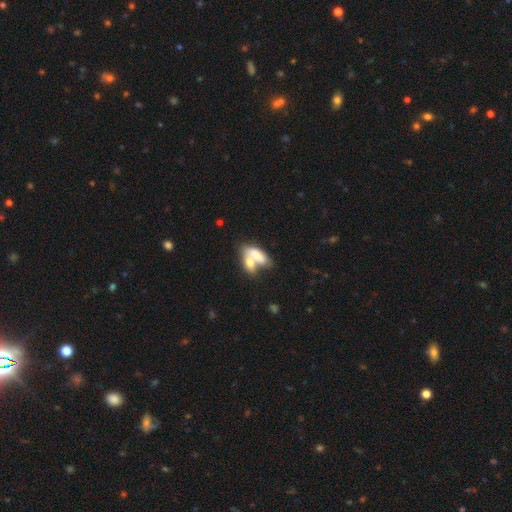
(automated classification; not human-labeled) The model was most divided on "merging": merger: 66%, none: 19%, minor disturbance: 9%, major disturbance: 6%. More confident: how rounded — in between (82%); smooth or featured — smooth (70%).